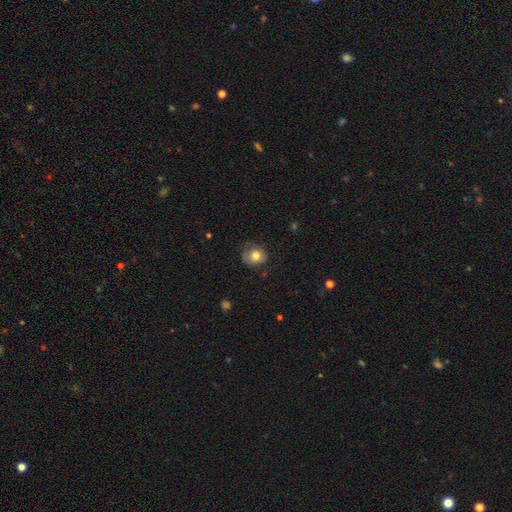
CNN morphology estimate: Smooth or featured?
  - smooth: 72% *
  - featured or disk: 19%
  - star or artifact: 9%
How rounded?
  - round: 65% *
  - in between: 34%
  - cigar-shaped: 1%
Merging?
  - none: 59% *
  - minor disturbance: 29%
  - major disturbance: 11%
  - merger: 1%